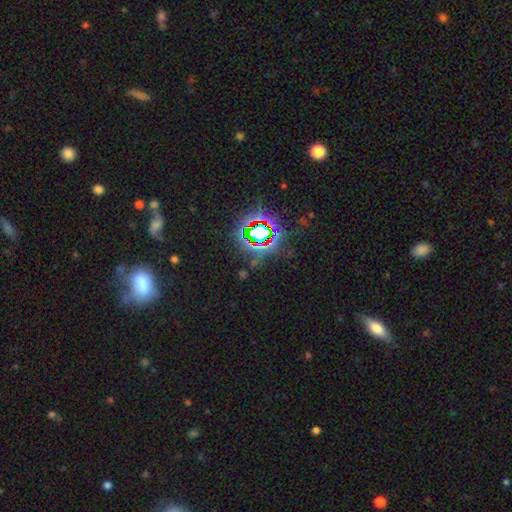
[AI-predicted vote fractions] Smooth or featured? Predicted: star or artifact (p=0.78).